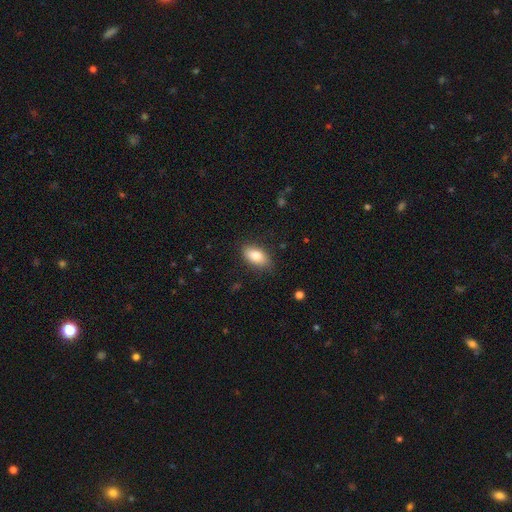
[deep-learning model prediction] Smooth or featured? Predicted: smooth (p=0.81). How rounded? Predicted: in between (p=0.90). Merging? Predicted: none (p=0.80).